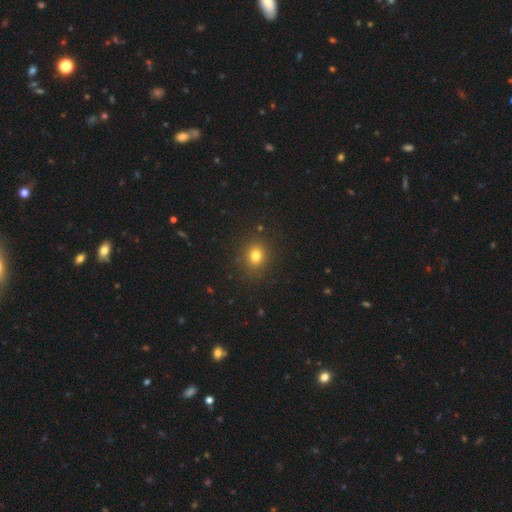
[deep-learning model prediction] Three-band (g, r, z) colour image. It shows a smooth galaxy with no disk features (79%) that is round (70%). Merging: none (88%).